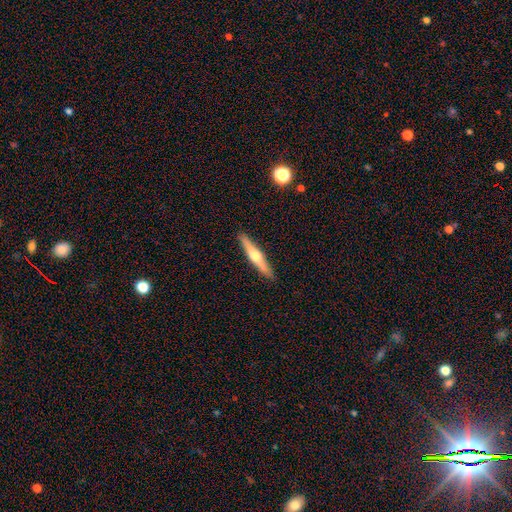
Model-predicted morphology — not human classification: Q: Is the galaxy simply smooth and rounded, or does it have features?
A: featured or disk — 56%.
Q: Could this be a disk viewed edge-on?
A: yes — 96%.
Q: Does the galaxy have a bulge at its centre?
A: rounded — 88%.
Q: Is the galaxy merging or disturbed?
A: none — 91%.